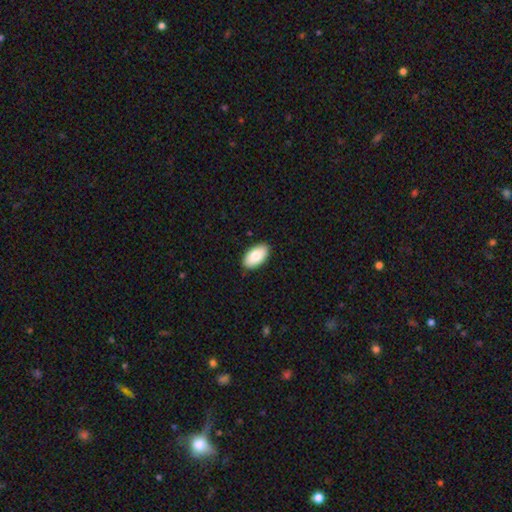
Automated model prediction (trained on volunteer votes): smooth 81%, featured or disk 13%, star or artifact 6%. Down the decision tree: how rounded — in between (95%); merging — none (89%).